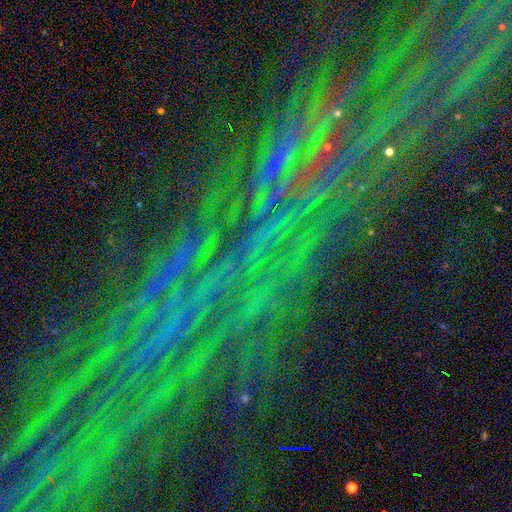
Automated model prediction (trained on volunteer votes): Morphology: type=star or artifact (81%).